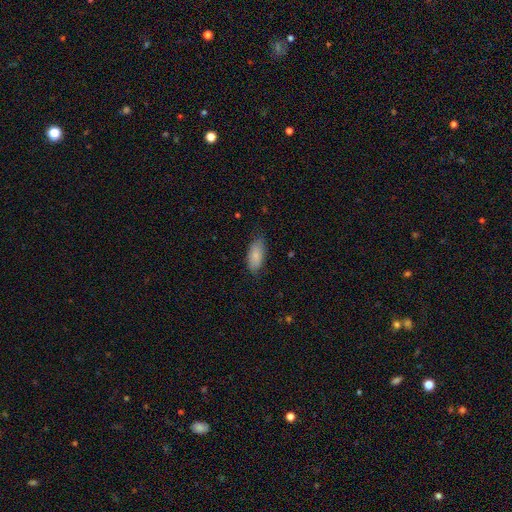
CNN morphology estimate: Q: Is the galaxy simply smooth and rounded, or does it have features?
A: smooth — 83%.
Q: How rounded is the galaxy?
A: in between — 89%.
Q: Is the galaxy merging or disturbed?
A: none — 76%.